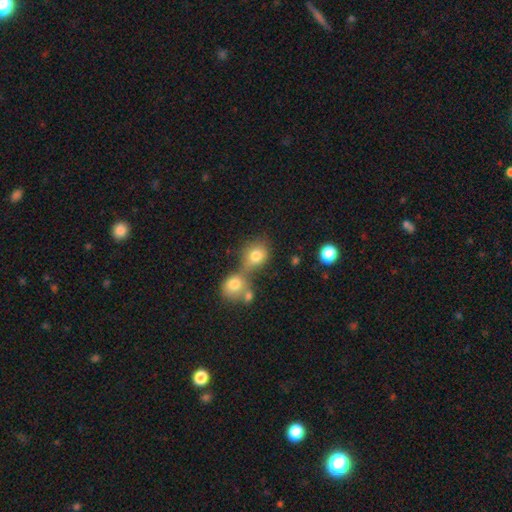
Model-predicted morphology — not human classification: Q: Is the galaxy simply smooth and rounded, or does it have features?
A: smooth — 79%.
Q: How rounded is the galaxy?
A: round — 72%.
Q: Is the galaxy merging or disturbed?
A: merger — 46%.